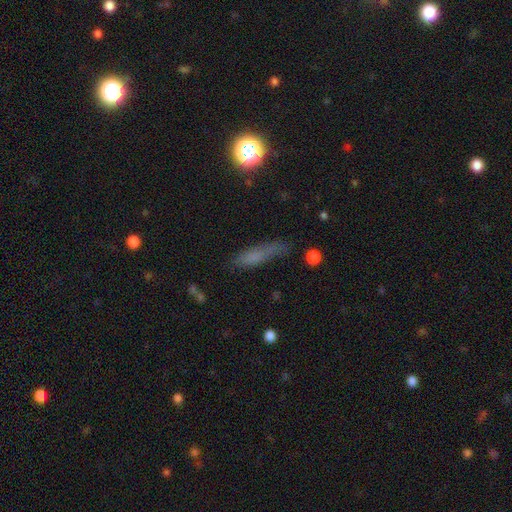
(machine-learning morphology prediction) Smooth or featured?
  - smooth: 65% *
  - featured or disk: 20%
  - star or artifact: 15%
How rounded?
  - cigar-shaped: 73% *
  - in between: 22%
  - round: 4%
Merging?
  - none: 65% *
  - minor disturbance: 23%
  - major disturbance: 9%
  - merger: 3%